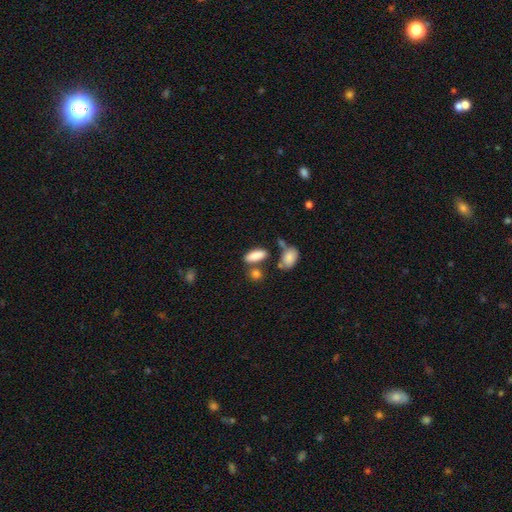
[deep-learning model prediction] This appears to be a smooth galaxy with no disk features (85%) that is in between round and cigar-shaped (80%). Merging: none (67%).